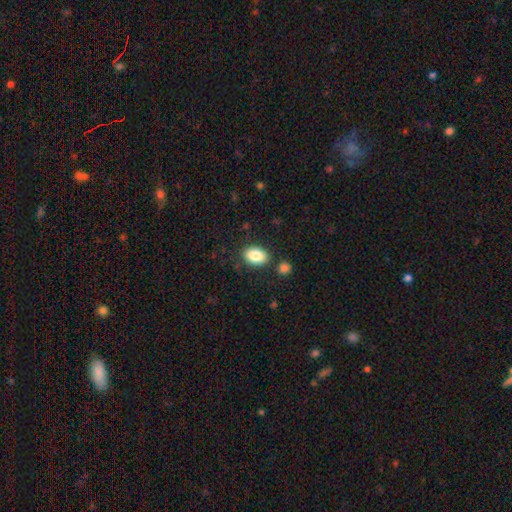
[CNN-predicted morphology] type=smooth (86%); roundness=in between (89%); merging=none (82%).